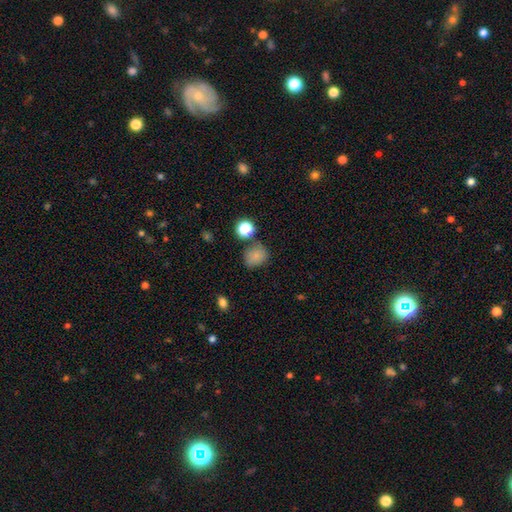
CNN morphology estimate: This appears to be a smooth galaxy with no disk features (81%) that is round (59%). Merging: none (72%).